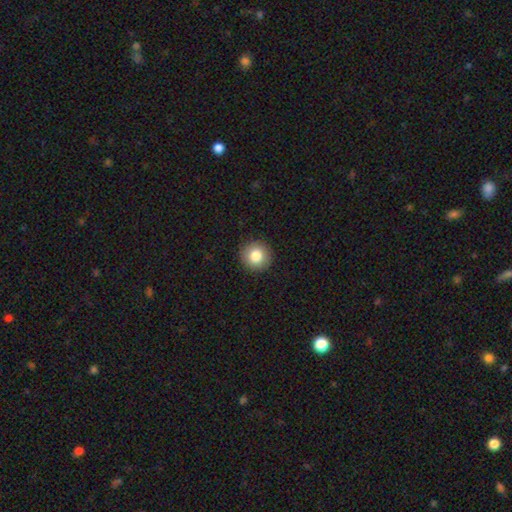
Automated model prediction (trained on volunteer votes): This is clearly a smooth galaxy (83%). How rounded: clearly round (95%). Merging: clearly none (92%).